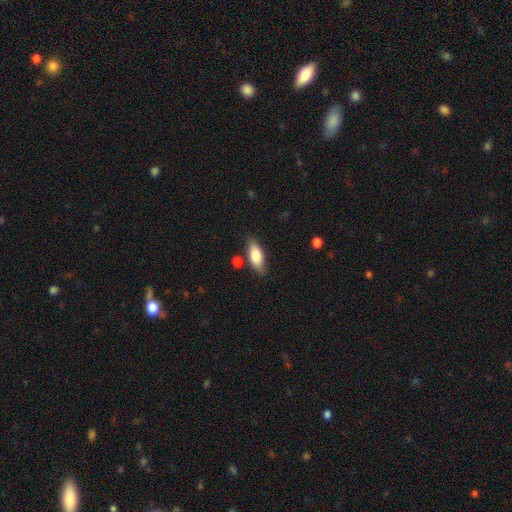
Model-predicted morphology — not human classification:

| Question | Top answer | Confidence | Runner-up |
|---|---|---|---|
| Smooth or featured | smooth | 81% | featured or disk (13%) |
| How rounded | in between | 83% | cigar-shaped (15%) |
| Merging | none | 79% | minor disturbance (13%) |